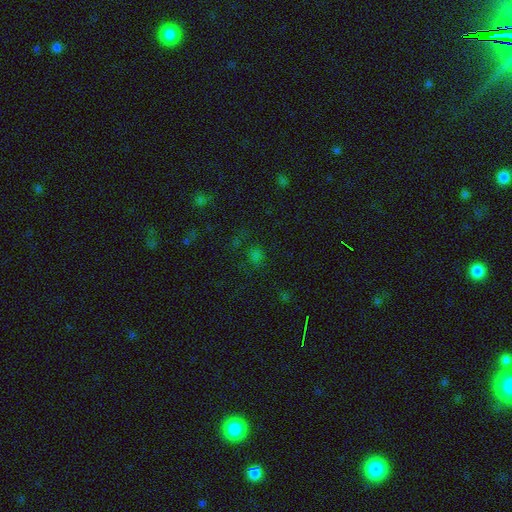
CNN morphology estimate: Smooth or featured?
  - smooth: 51% *
  - star or artifact: 42%
  - featured or disk: 7%
How rounded?
  - round: 66% *
  - in between: 33%
  - cigar-shaped: 2%
Merging?
  - none: 63% *
  - minor disturbance: 18%
  - major disturbance: 12%
  - merger: 7%